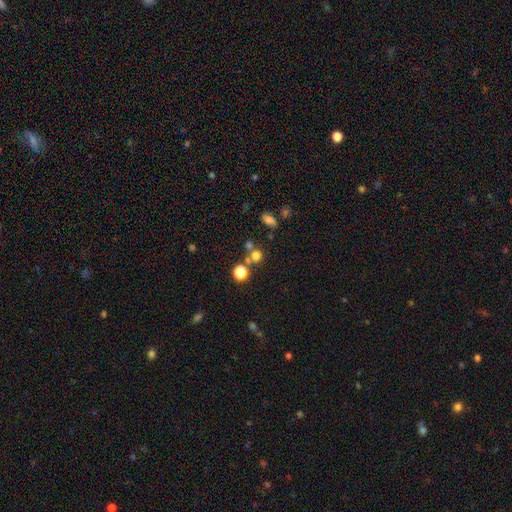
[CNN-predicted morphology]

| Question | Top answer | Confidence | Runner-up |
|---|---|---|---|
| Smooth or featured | smooth | 69% | star or artifact (22%) |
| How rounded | round | 87% | in between (12%) |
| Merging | none | 62% | merger (25%) |